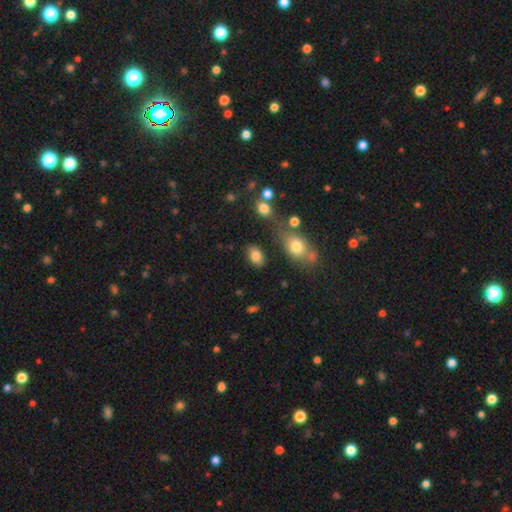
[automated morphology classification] Smooth or featured?
  - smooth: 81% *
  - star or artifact: 10%
  - featured or disk: 9%
How rounded?
  - in between: 87% *
  - round: 11%
  - cigar-shaped: 2%
Merging?
  - none: 76% *
  - minor disturbance: 13%
  - merger: 7%
  - major disturbance: 4%